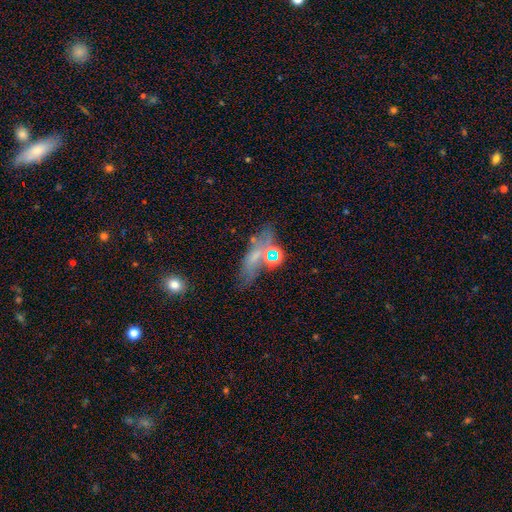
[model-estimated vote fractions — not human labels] Smooth or featured? featured or disk (38%, tied with smooth)
Merging? none (41%)